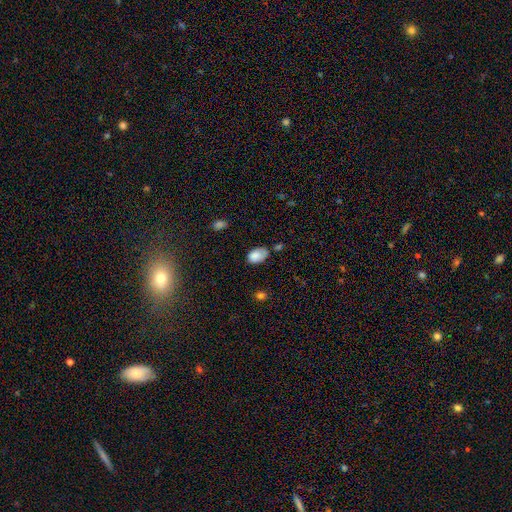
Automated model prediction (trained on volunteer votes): A smooth galaxy with no disk features (83%) that is in between round and cigar-shaped (90%). Merging: none (52%).